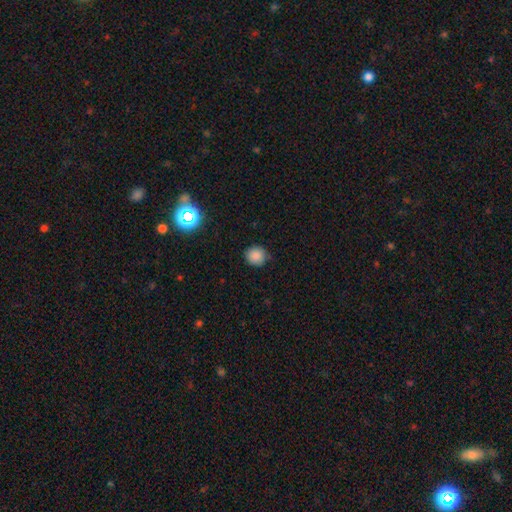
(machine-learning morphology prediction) Smooth or featured?
  - smooth: 85% *
  - star or artifact: 12%
  - featured or disk: 3%
How rounded?
  - round: 90% *
  - in between: 9%
  - cigar-shaped: 1%
Merging?
  - none: 84% *
  - minor disturbance: 12%
  - major disturbance: 3%
  - merger: 1%